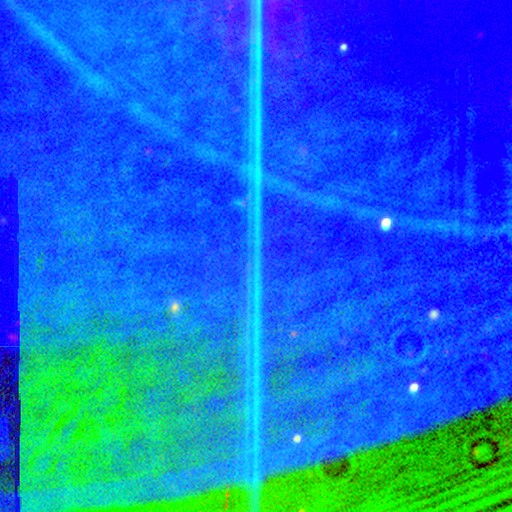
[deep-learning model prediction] Smooth or featured?
  - star or artifact: 89% *
  - featured or disk: 6%
  - smooth: 5%